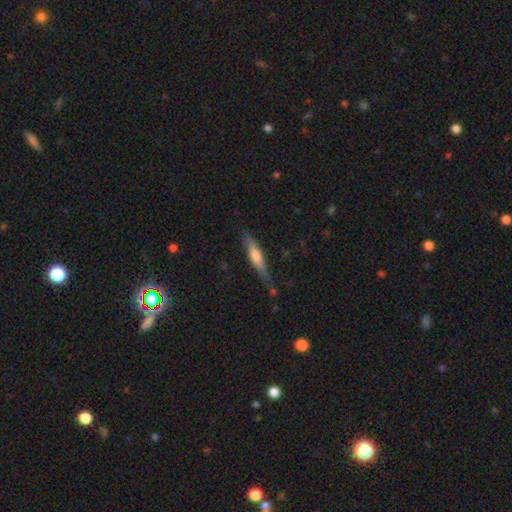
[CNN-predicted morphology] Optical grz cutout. It shows a smooth galaxy with no disk features (57%) that is cigar-shaped (85%). Merging: none (68%).